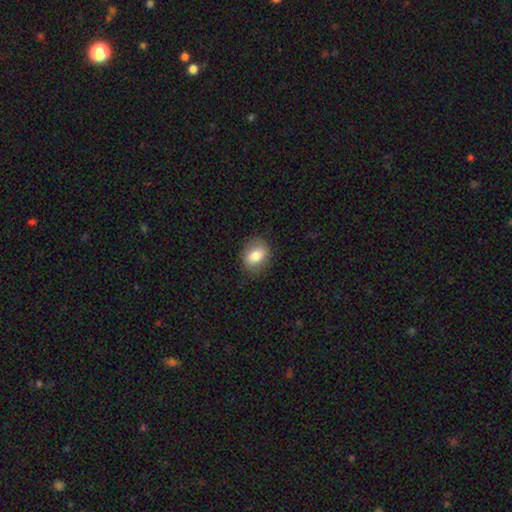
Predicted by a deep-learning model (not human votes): smooth 79%, featured or disk 13%, star or artifact 8%. Down the decision tree: how rounded — in between (56%); merging — none (80%).